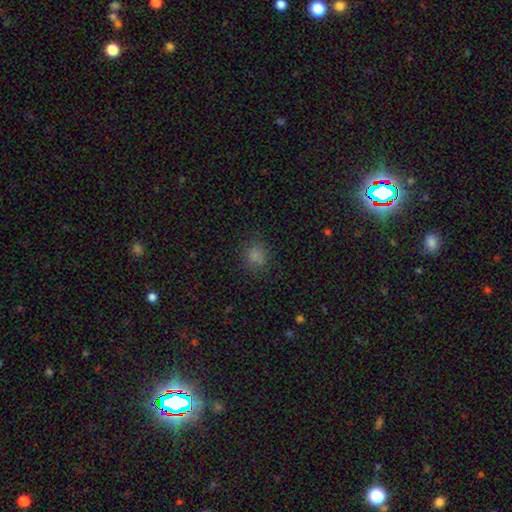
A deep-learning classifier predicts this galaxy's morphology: Q: Smooth or featured?
A: smooth (80%); runner-up: star or artifact (15%)
Q: How rounded?
A: round (80%); runner-up: in between (19%)
Q: Merging?
A: none (81%); runner-up: minor disturbance (13%)